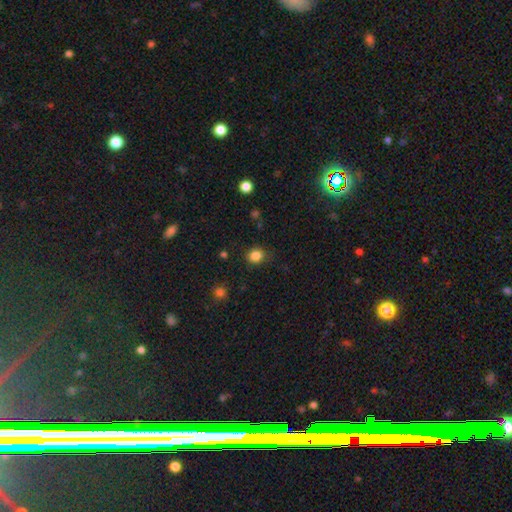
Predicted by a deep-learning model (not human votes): This appears to be a smooth galaxy with no disk features (84%) that is round (73%). Merging: none (83%).